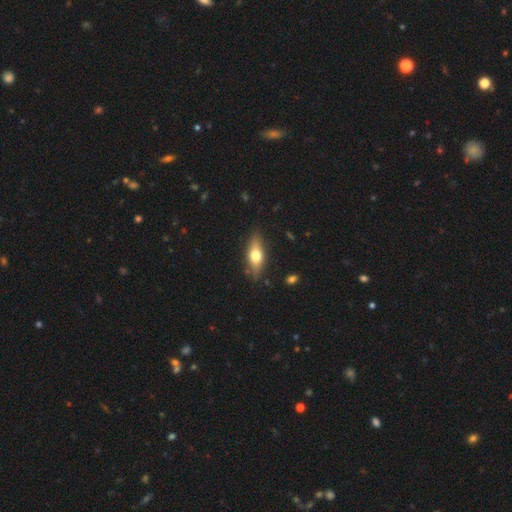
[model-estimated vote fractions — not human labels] Smooth or featured? smooth (59%)
How rounded? in between (65%)
Merging? none (83%)